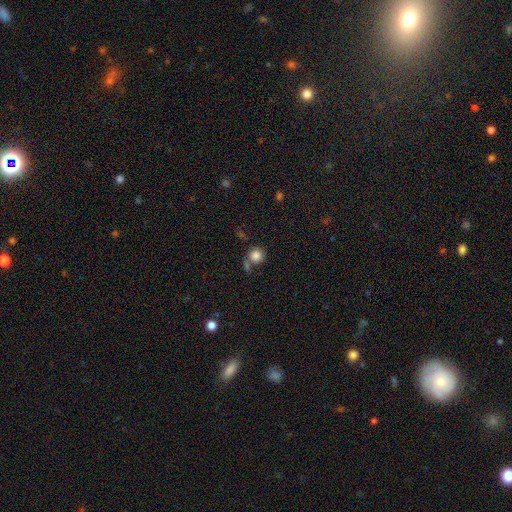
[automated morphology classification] Smooth or featured? Predicted: smooth (p=0.84). How rounded? Predicted: round (p=0.91). Merging? Predicted: none (p=0.59).